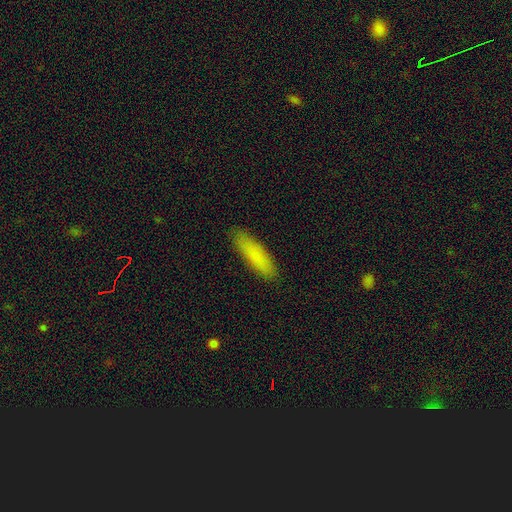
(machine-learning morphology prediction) The model was most divided on "how rounded": cigar-shaped: 69%, in between: 30%, round: 1%. More confident: merging — none (88%); smooth or featured — smooth (84%).